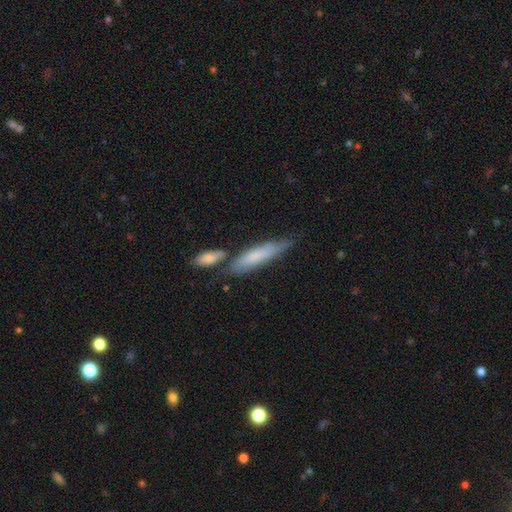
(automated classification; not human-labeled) A smooth galaxy with no disk features (61%) that is cigar-shaped (77%). Merging: none (52%).